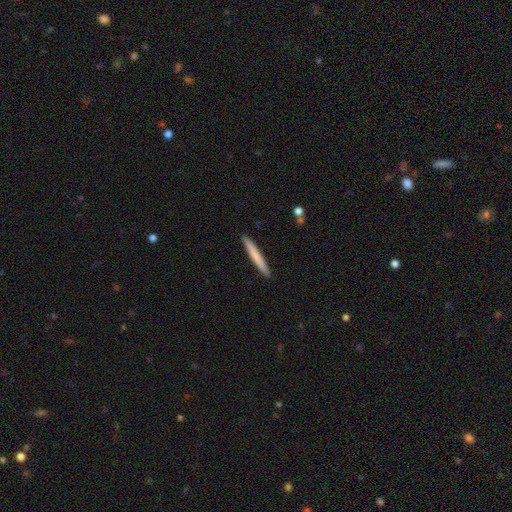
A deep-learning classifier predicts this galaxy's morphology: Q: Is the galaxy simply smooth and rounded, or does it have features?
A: smooth — 72%.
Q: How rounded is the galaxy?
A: cigar-shaped — 97%.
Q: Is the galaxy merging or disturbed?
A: none — 92%.